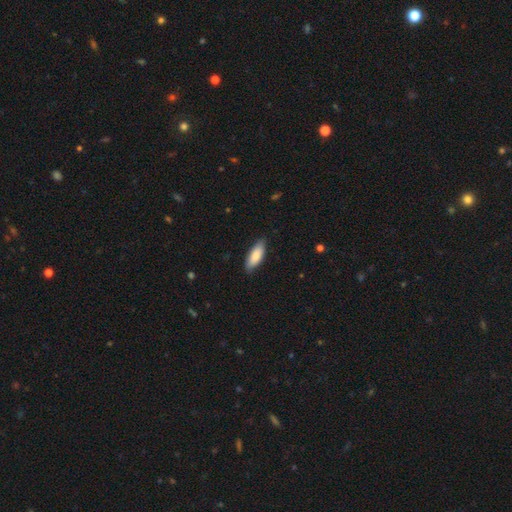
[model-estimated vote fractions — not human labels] Smooth or featured: smooth — 82% (featured or disk — 13%)
How rounded: in between — 68% (cigar-shaped — 31%)
Merging: none — 85% (minor disturbance — 12%)